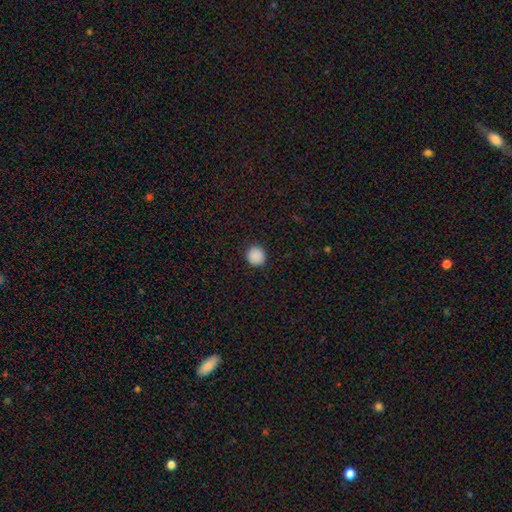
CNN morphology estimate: A smooth galaxy with no disk features (89%) that is round (93%). Merging: none (92%).